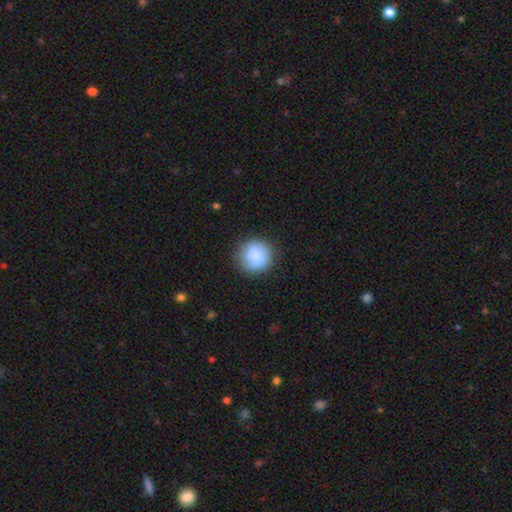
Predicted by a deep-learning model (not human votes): Morphology: type=smooth (86%); roundness=round (92%); merging=none (81%).